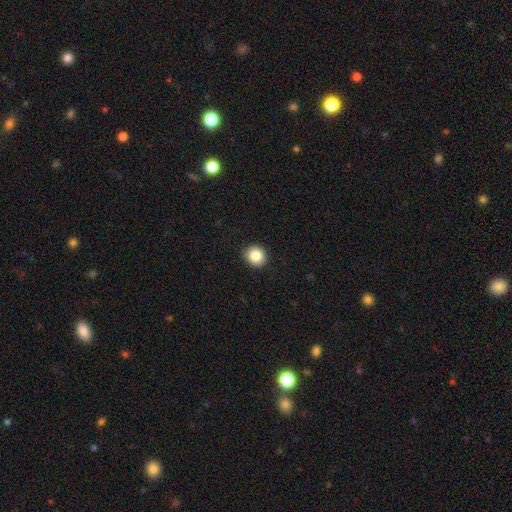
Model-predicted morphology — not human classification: A smooth galaxy with no disk features (86%) that is round (86%). Merging: none (91%).